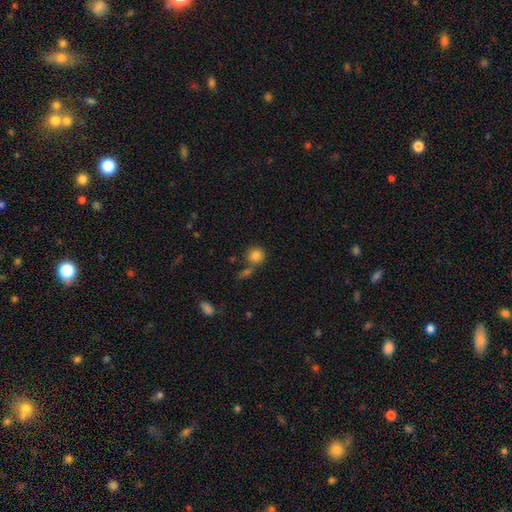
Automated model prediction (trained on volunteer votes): smooth 82%, star or artifact 11%, featured or disk 7%. Down the decision tree: how rounded — round (89%); merging — none (62%).